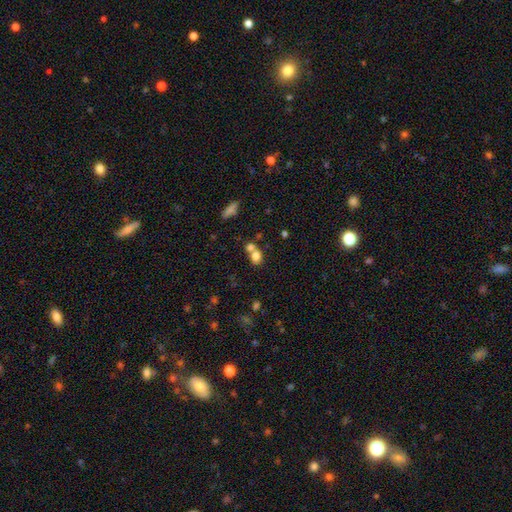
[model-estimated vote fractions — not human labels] This appears to be a smooth galaxy with no disk features (77%) that is round (57%). Merging: merger (52%).